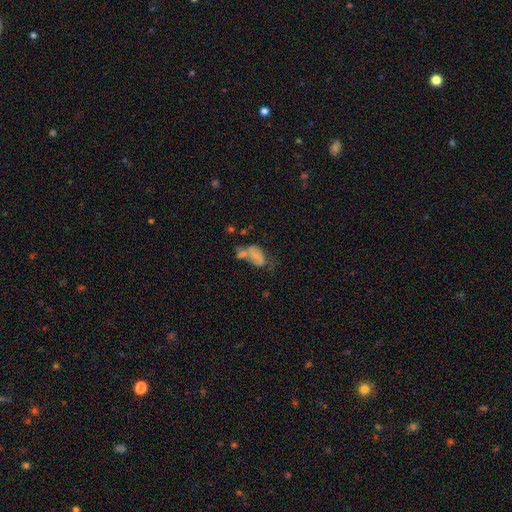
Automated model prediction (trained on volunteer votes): Smooth or featured: smooth — 49% (featured or disk — 40%)
Merging: merger — 35% (major disturbance — 24%)